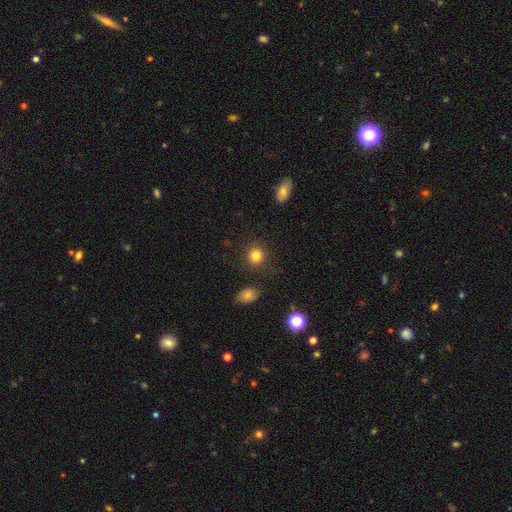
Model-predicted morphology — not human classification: Smooth or featured: smooth — 83% (star or artifact — 11%)
How rounded: round — 90% (in between — 9%)
Merging: none — 86% (minor disturbance — 8%)